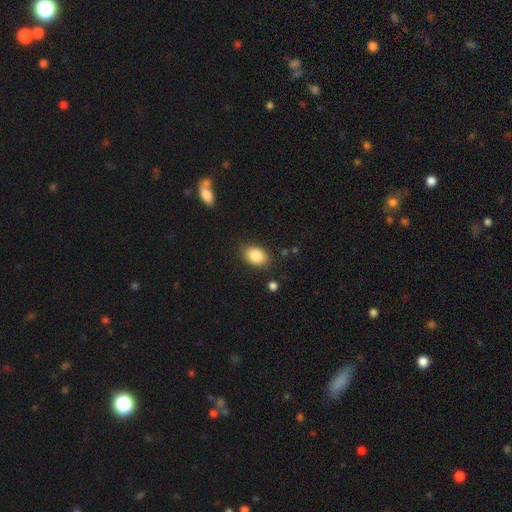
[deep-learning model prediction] smooth_or_featured: smooth (p=0.86) [alt: star or artifact p=0.08]
how_rounded: in between (p=0.82) [alt: round p=0.17]
merging: none (p=0.83) [alt: minor disturbance p=0.12]